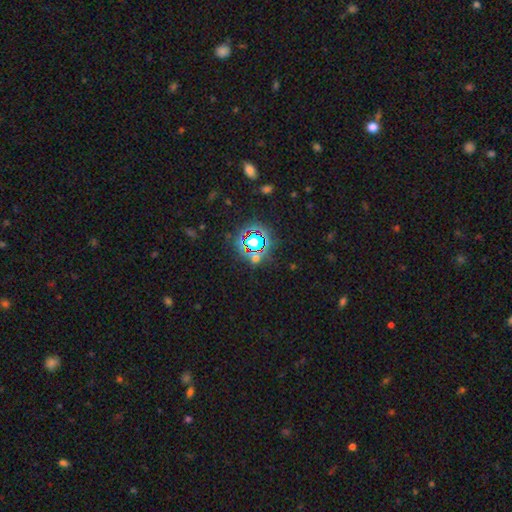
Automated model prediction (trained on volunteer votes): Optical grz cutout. It shows a star or artifact, not a galaxy (75%).